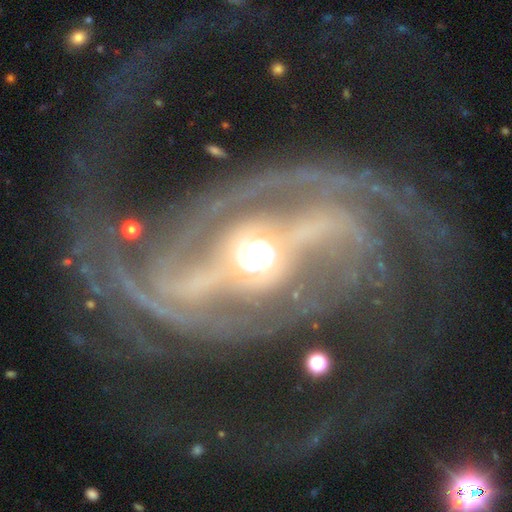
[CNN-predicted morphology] Smooth or featured?
  - featured or disk: 90% *
  - star or artifact: 6%
  - smooth: 4%
Edge-on disk?
  - no: 96% *
  - yes: 4%
Bar?
  - strong: 38% *
  - no: 35%
  - weak: 28%
Spiral arms?
  - yes: 94% *
  - no: 6%
Spiral winding?
  - medium: 43% *
  - tight: 34%
  - loose: 23%
Spiral arm count?
  - 2: 43% *
  - can't tell: 15%
  - 3: 14%
  - 4: 10%
  - 1: 9%
  - more than 4: 9%
Bulge size?
  - moderate: 55% *
  - small: 30%
  - large: 10%
  - dominant: 2%
  - none: 2%
Merging?
  - none: 50% *
  - major disturbance: 29%
  - minor disturbance: 17%
  - merger: 5%